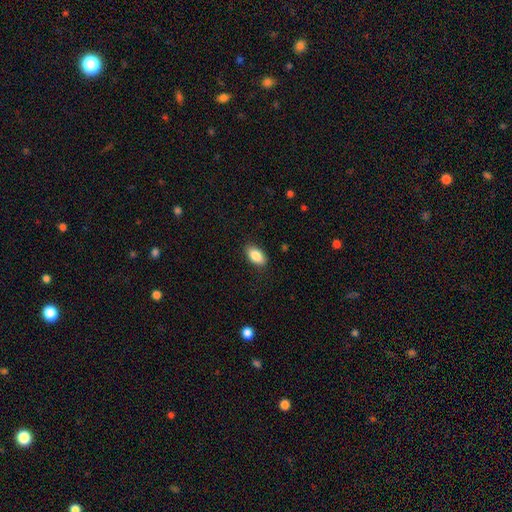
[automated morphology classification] The model was most divided on "merging": none: 87%, minor disturbance: 10%, major disturbance: 2%, merger: 1%. More confident: how rounded — in between (93%); smooth or featured — smooth (87%).